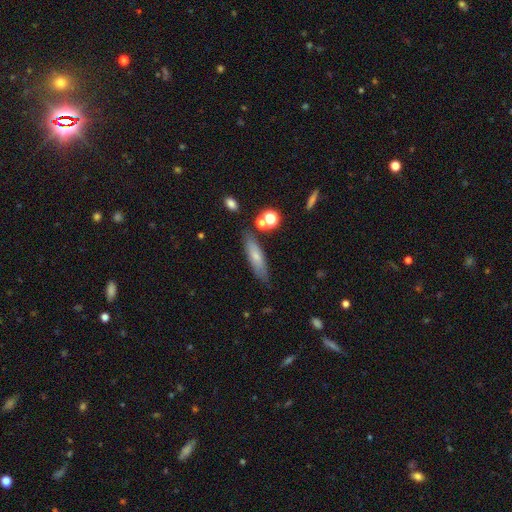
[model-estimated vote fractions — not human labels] Q: Smooth or featured?
A: smooth (67%); runner-up: featured or disk (25%)
Q: How rounded?
A: cigar-shaped (69%); runner-up: in between (29%)
Q: Merging?
A: none (77%); runner-up: minor disturbance (14%)